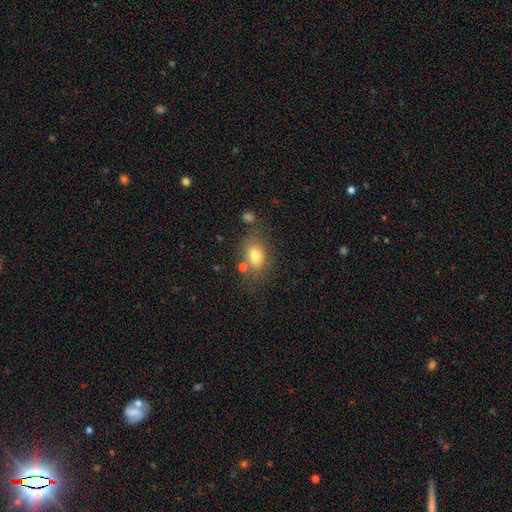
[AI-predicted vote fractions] Q: Smooth or featured?
A: smooth (77%); runner-up: featured or disk (13%)
Q: How rounded?
A: in between (77%); runner-up: round (21%)
Q: Merging?
A: none (67%); runner-up: minor disturbance (16%)